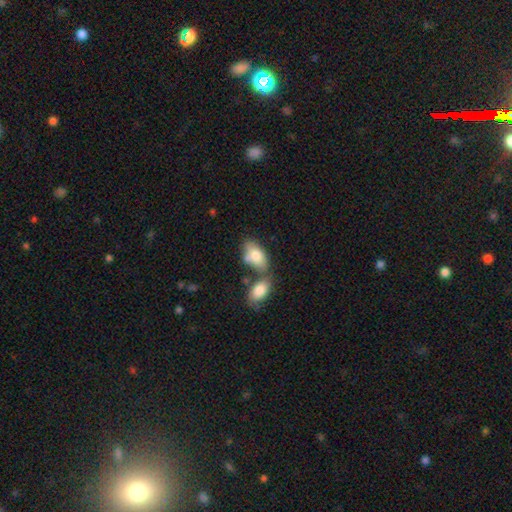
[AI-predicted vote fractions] Smooth or featured?
  - smooth: 78% *
  - featured or disk: 16%
  - star or artifact: 6%
How rounded?
  - in between: 93% *
  - round: 4%
  - cigar-shaped: 3%
Merging?
  - none: 43% *
  - merger: 36%
  - minor disturbance: 15%
  - major disturbance: 5%